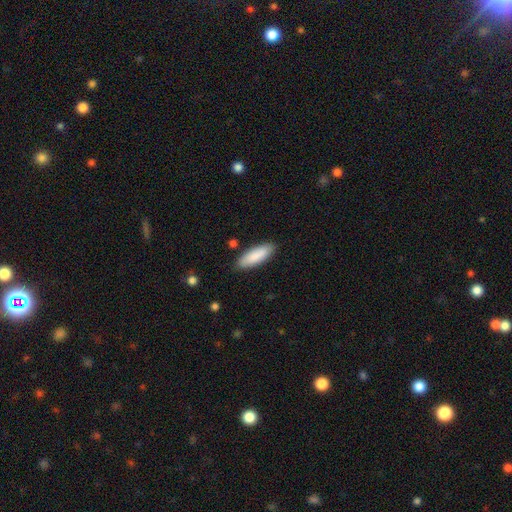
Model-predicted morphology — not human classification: Smooth or featured? smooth (85%)
How rounded? in between (58%)
Merging? none (86%)